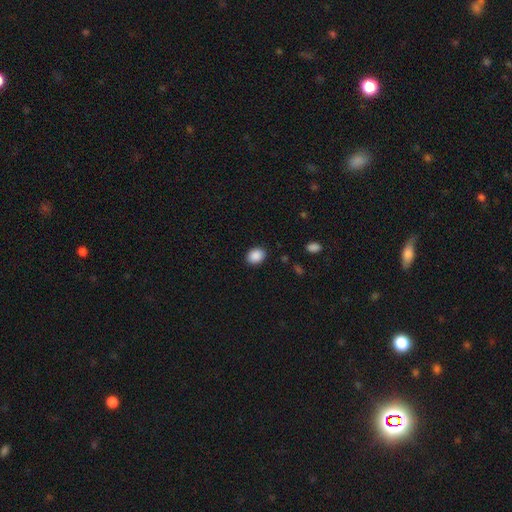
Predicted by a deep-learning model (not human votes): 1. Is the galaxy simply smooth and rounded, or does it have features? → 89% smooth, 8% star or artifact, 3% featured or disk.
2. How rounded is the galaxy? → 53% in between, 46% round, 1% cigar-shaped.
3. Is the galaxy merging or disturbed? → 89% none, 8% minor disturbance, 2% major disturbance, 1% merger.